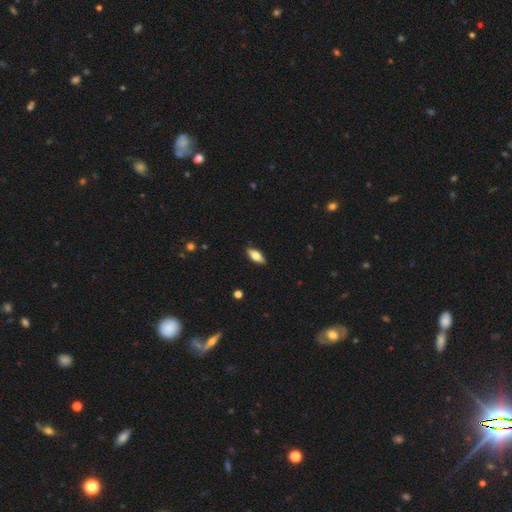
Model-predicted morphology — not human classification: This appears to be a smooth galaxy with no disk features (67%) that is in between round and cigar-shaped (78%). Merging: none (88%).